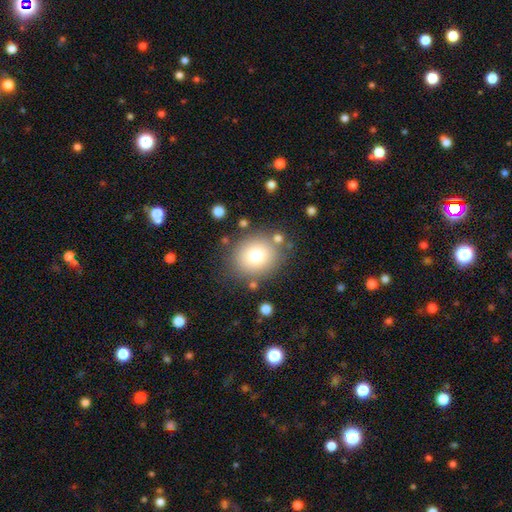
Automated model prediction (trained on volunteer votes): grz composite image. It shows a smooth galaxy with no disk features (79%) that is round (73%). Merging: none (79%).